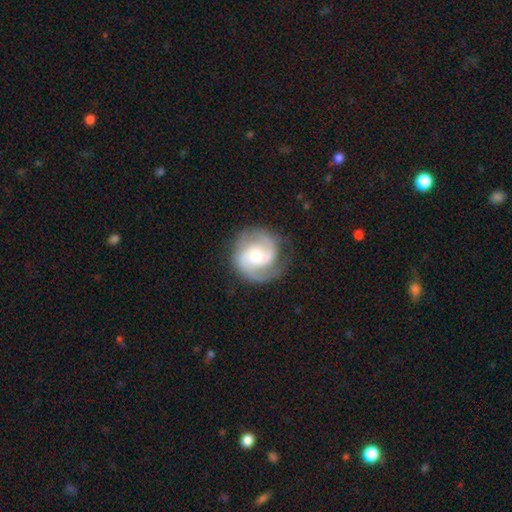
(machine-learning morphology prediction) Q: Smooth or featured?
A: featured or disk (83%); runner-up: smooth (11%)
Q: Edge-on disk?
A: no (98%); runner-up: yes (2%)
Q: Bar?
A: no (49%); runner-up: weak (40%)
Q: Spiral arms?
A: yes (97%); runner-up: no (3%)
Q: Spiral winding?
A: medium (49%); runner-up: tight (36%)
Q: Spiral arm count?
A: 2 (78%); runner-up: 3 (9%)
Q: Bulge size?
A: moderate (43%); runner-up: small (41%)
Q: Merging?
A: none (77%); runner-up: minor disturbance (15%)